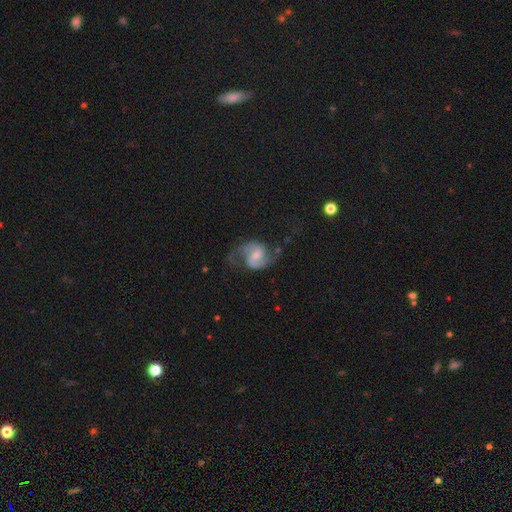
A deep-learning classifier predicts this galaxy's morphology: featured or disk 85%, smooth 9%, star or artifact 6%. Down the decision tree: edge-on disk — no (98%); bar — weak (51%); spiral arms — yes (96%); spiral arm count — 2 (92%); spiral winding — medium (49%); bulge size — moderate (46%); merging — none (65%).